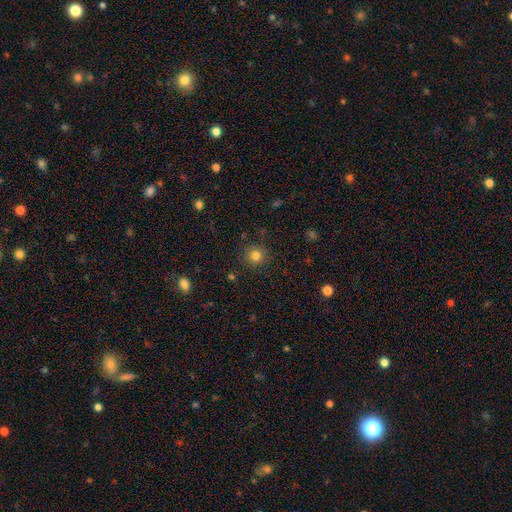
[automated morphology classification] type=smooth (81%); roundness=round (92%); merging=none (88%).